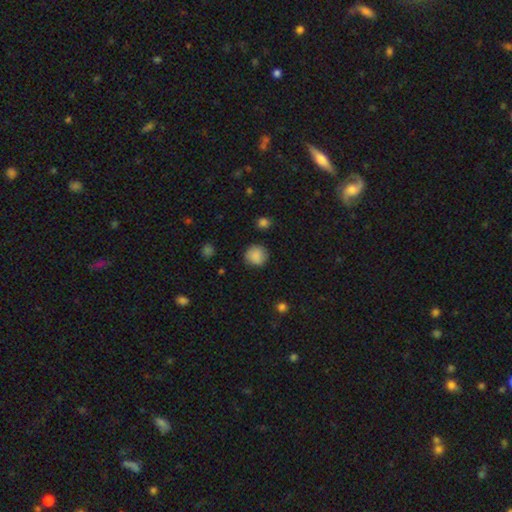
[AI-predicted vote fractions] The model was most divided on "merging": none: 85%, minor disturbance: 11%, major disturbance: 3%, merger: 2%. More confident: how rounded — round (91%); smooth or featured — smooth (87%).